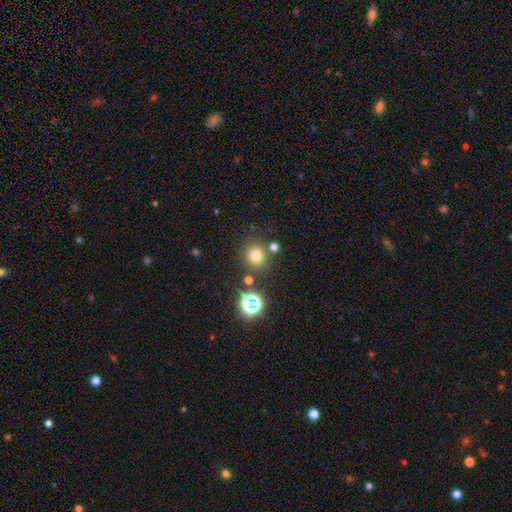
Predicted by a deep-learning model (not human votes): smooth 73%, star or artifact 20%, featured or disk 7%. Down the decision tree: how rounded — round (87%); merging — none (80%).